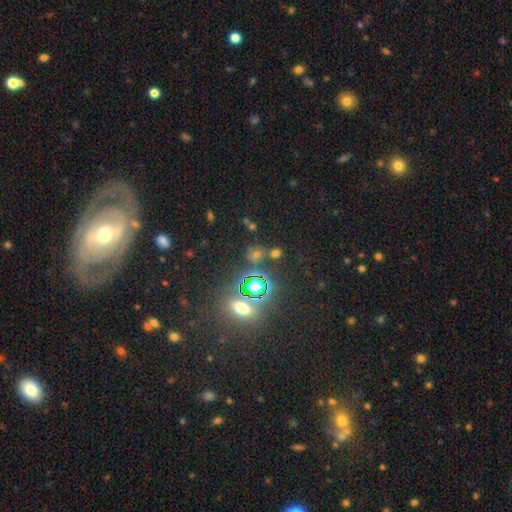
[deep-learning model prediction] Smooth or featured?
  - star or artifact: 54% *
  - smooth: 37%
  - featured or disk: 9%